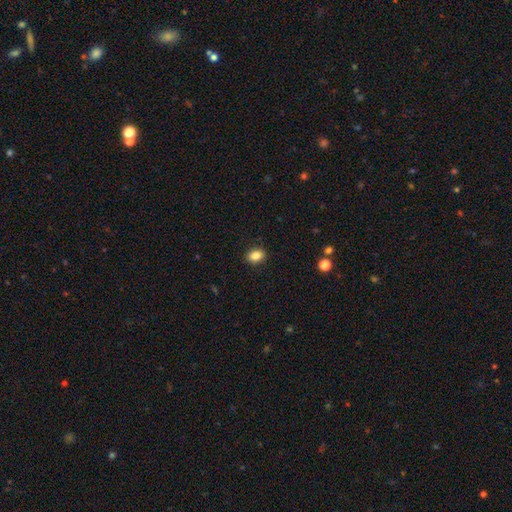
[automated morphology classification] Smooth or featured?
  - smooth: 86% *
  - star or artifact: 9%
  - featured or disk: 5%
How rounded?
  - in between: 71% *
  - round: 28%
  - cigar-shaped: 1%
Merging?
  - none: 90% *
  - minor disturbance: 7%
  - major disturbance: 2%
  - merger: 1%